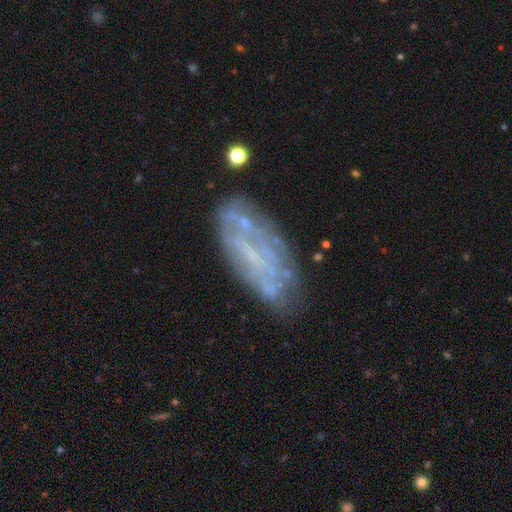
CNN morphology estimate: This is likely a featured or disk galaxy (65%). It is clearly not viewed edge-on (90%). Bar: likely no (64%). Spiral arm pattern: likely no (65%). Central bulge: possibly none (58%). Merging: likely none (62%).